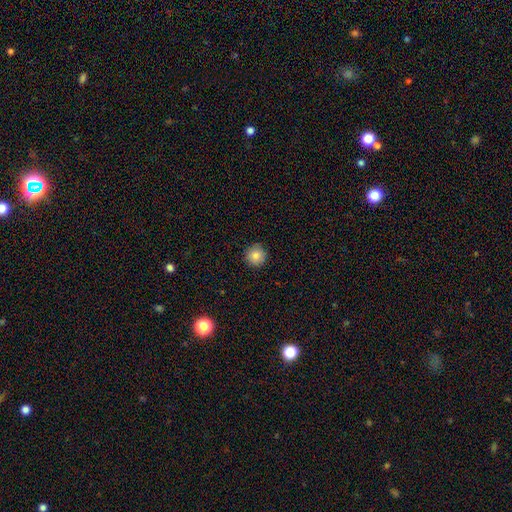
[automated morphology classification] Smooth or featured? Predicted: smooth (p=0.84). How rounded? Predicted: round (p=0.95). Merging? Predicted: none (p=0.91).